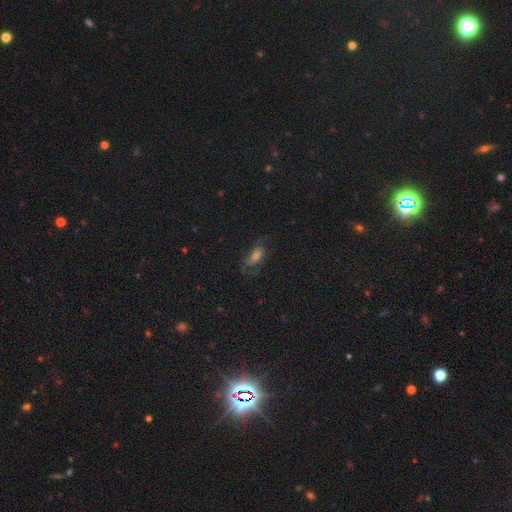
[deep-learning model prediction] Smooth or featured? featured or disk (39%)
Merging? none (59%)